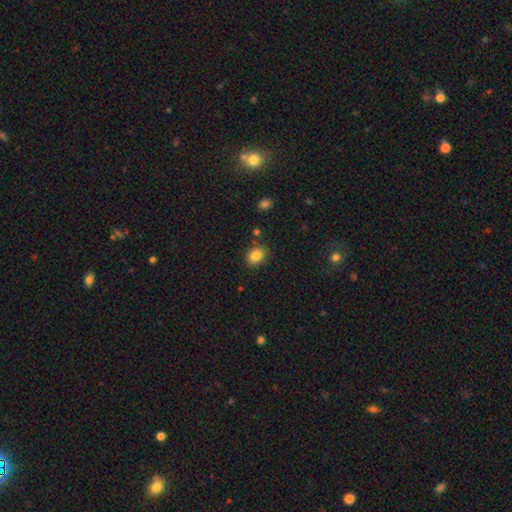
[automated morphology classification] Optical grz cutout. It shows a smooth galaxy with no disk features (85%) that is in between round and cigar-shaped (67%). Merging: none (83%).